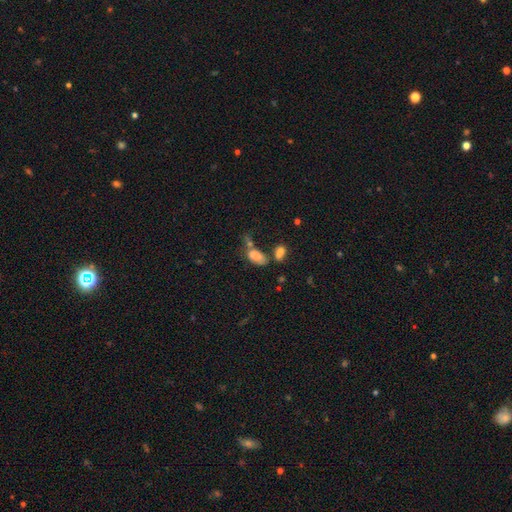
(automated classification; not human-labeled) Smooth or featured?
  - smooth: 79% *
  - star or artifact: 11%
  - featured or disk: 10%
How rounded?
  - in between: 91% *
  - cigar-shaped: 5%
  - round: 5%
Merging?
  - merger: 36% *
  - none: 33%
  - minor disturbance: 19%
  - major disturbance: 13%